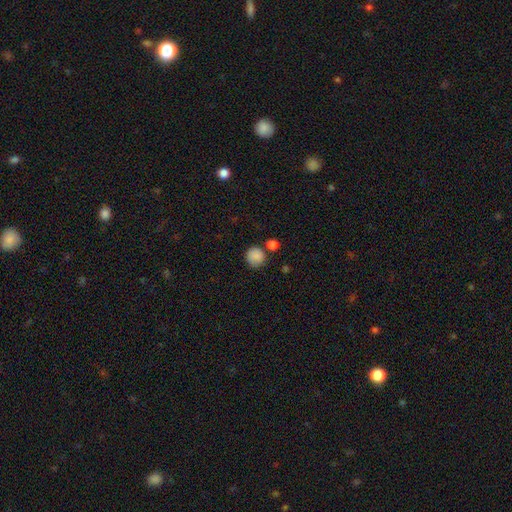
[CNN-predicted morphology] Smooth or featured? Predicted: smooth (p=0.86). How rounded? Predicted: round (p=0.92). Merging? Predicted: none (p=0.75).